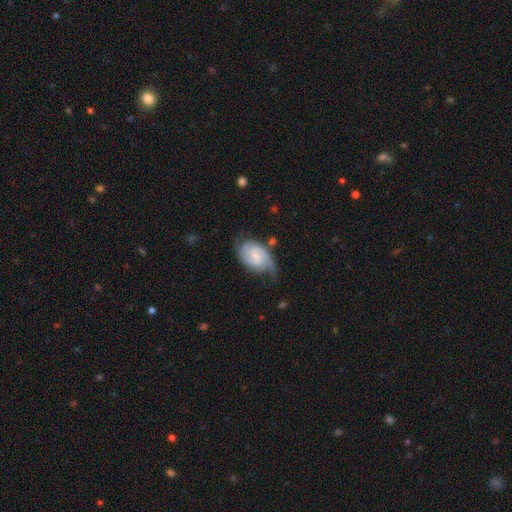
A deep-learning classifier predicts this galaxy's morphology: A featured or disk galaxy (79%) with a weak bar (48%), 2 (75%) tight (43%, tied with medium) spiral arms (96%) and a small central bulge (54%).

Vote fractions:
- Smooth or featured? featured or disk: 79% / smooth: 15% / star or artifact: 6%
- Edge-on disk? no: 97% / yes: 3%
- Bar? weak: 48% / no: 43% / strong: 9%
- Spiral arms? yes: 96% / no: 4%
- Spiral winding? tight: 43% (tied) / medium: 43% (tied) / loose: 14%
- Spiral arm count? 2: 75% / can't tell: 10% / 3: 9% / 1: 3% / 4: 2% / more than 4: 2%
- Bulge size? small: 54% / moderate: 27% / none: 15% / large: 3% / dominant: 1%
- Merging? none: 61% / minor disturbance: 25% / major disturbance: 11% / merger: 3%